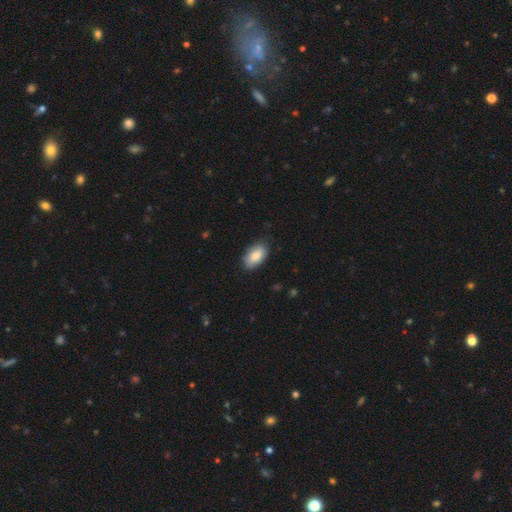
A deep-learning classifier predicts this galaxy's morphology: A smooth galaxy with no disk features (86%) that is in between round and cigar-shaped (94%).

Vote fractions:
- Smooth or featured? smooth: 86% / featured or disk: 8% / star or artifact: 6%
- How rounded? in between: 94% / round: 4% / cigar-shaped: 2%
- Merging? none: 82% / minor disturbance: 15% / major disturbance: 3% / merger: 1%